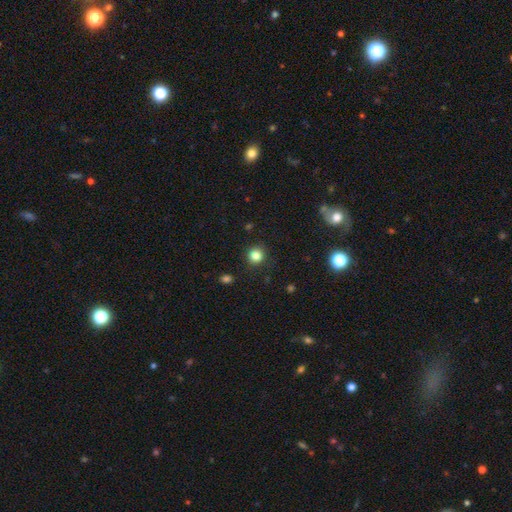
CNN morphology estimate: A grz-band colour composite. It shows a smooth galaxy with no disk features (84%) that is round (90%). Merging: none (88%).